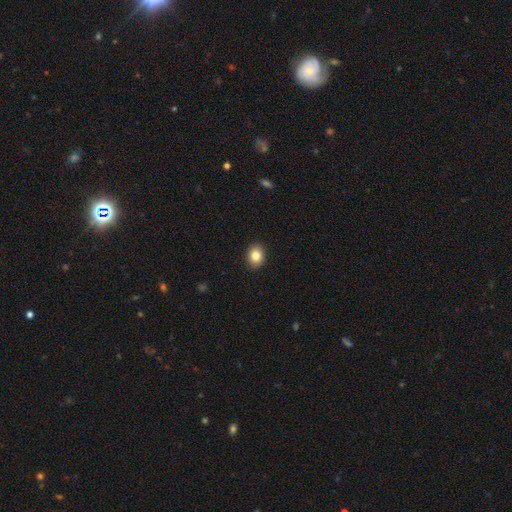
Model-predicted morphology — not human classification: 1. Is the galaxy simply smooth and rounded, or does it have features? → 84% smooth, 9% star or artifact, 7% featured or disk.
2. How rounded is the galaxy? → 52% round, 47% in between, 1% cigar-shaped.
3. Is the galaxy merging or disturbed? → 91% none, 6% minor disturbance, 2% major disturbance, 1% merger.